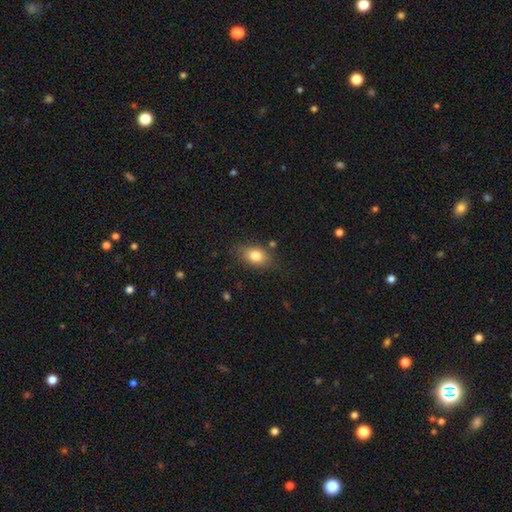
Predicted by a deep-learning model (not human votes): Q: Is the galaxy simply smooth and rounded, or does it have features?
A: smooth — 81%.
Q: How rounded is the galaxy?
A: in between — 75%.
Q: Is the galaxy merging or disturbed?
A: none — 75%.